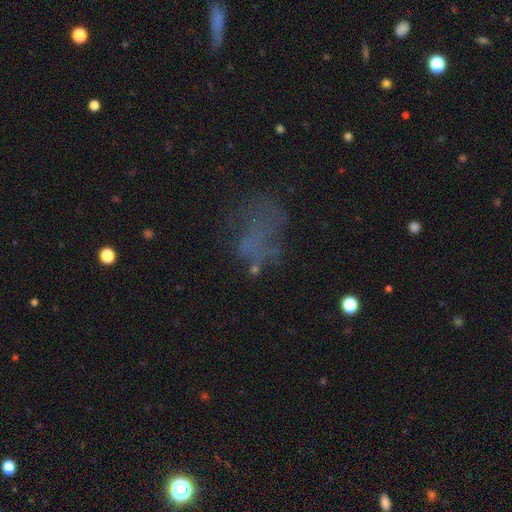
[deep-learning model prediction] A smooth galaxy with no disk features (40%). Merging: none (41%).